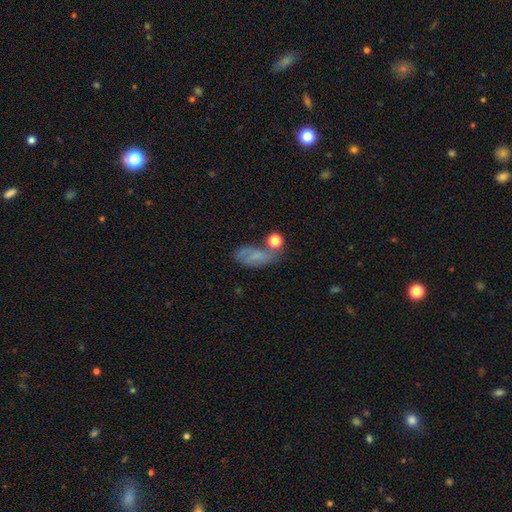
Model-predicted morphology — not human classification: A smooth galaxy with no disk features (54%) that is in between round and cigar-shaped (82%). Merging: none (43%).